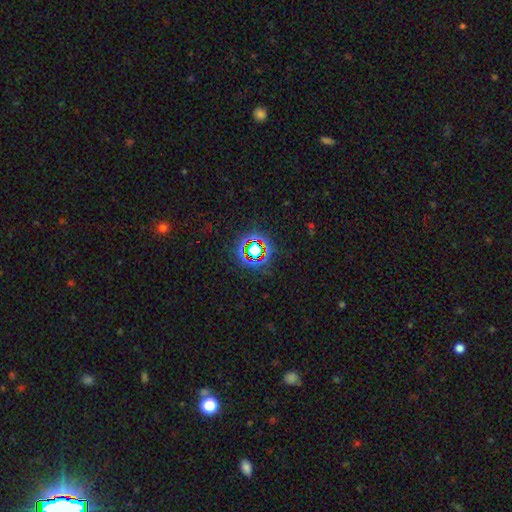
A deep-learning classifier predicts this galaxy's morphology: Q: Smooth or featured?
A: star or artifact (73%); runner-up: smooth (16%)